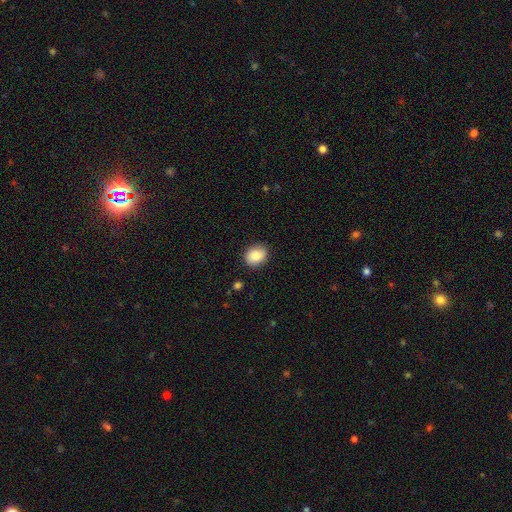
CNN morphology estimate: Overall: smooth (87%). How rounded: round (55%; in between 44%). Merging: none (87%).